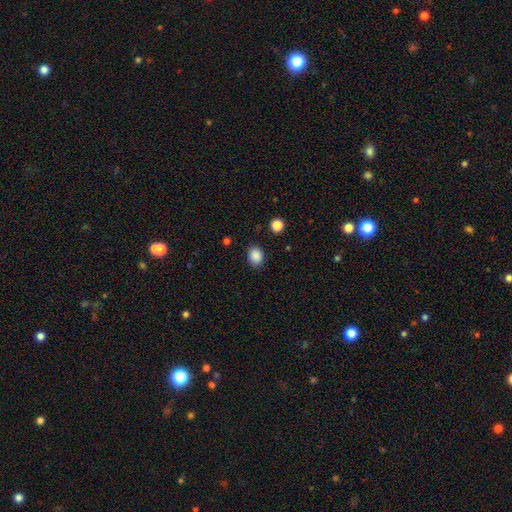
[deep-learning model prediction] Q: Smooth or featured?
A: smooth (88%); runner-up: star or artifact (9%)
Q: How rounded?
A: in between (51%); runner-up: round (48%)
Q: Merging?
A: none (87%); runner-up: minor disturbance (9%)